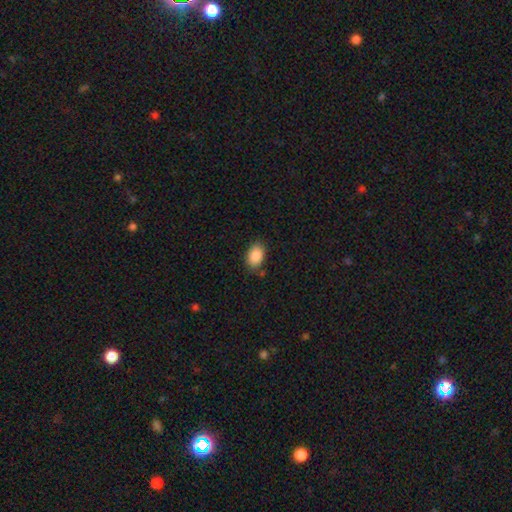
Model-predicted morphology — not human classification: This appears to be a smooth galaxy with no disk features (87%) that is in between round and cigar-shaped (86%). Merging: none (82%).